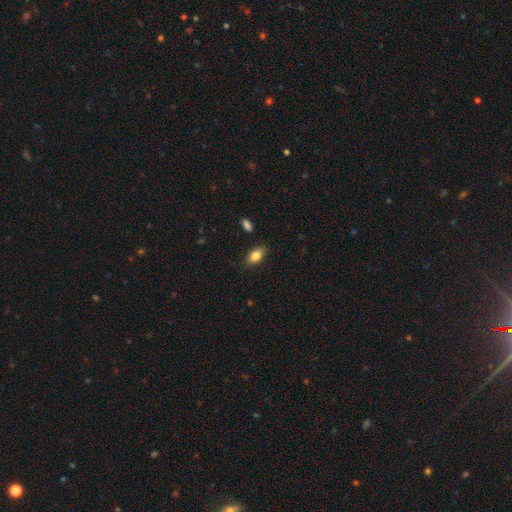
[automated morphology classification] Smooth or featured? smooth (84%)
How rounded? in between (89%)
Merging? none (85%)